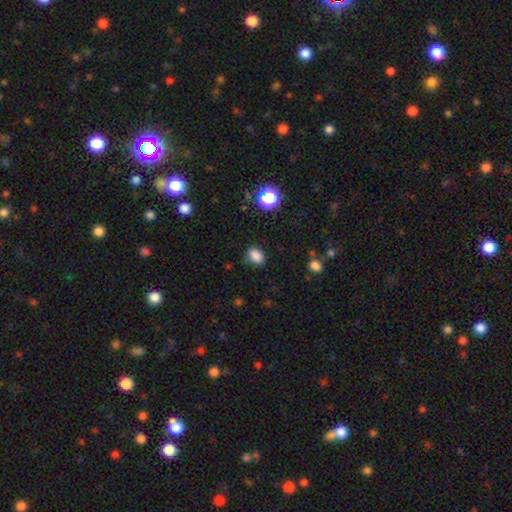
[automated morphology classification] Q: Smooth or featured?
A: smooth (84%); runner-up: star or artifact (12%)
Q: How rounded?
A: in between (65%); runner-up: round (34%)
Q: Merging?
A: none (77%); runner-up: minor disturbance (17%)